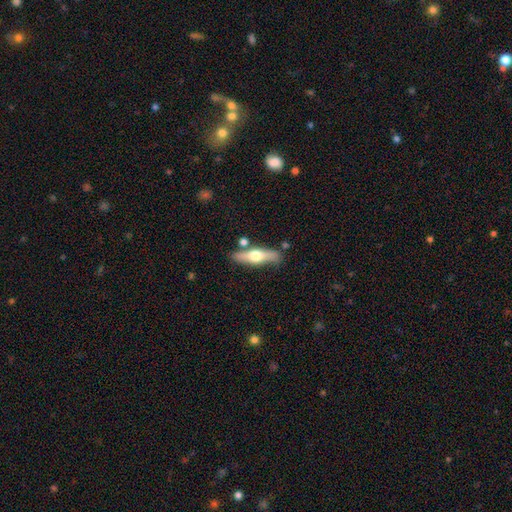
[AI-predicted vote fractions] Smooth or featured?
  - featured or disk: 56% *
  - smooth: 38%
  - star or artifact: 5%
Edge-on disk?
  - yes: 91% *
  - no: 9%
Edge-on bulge?
  - rounded: 95% *
  - boxy: 3%
  - none: 2%
Merging?
  - none: 78% *
  - minor disturbance: 12%
  - merger: 7%
  - major disturbance: 3%